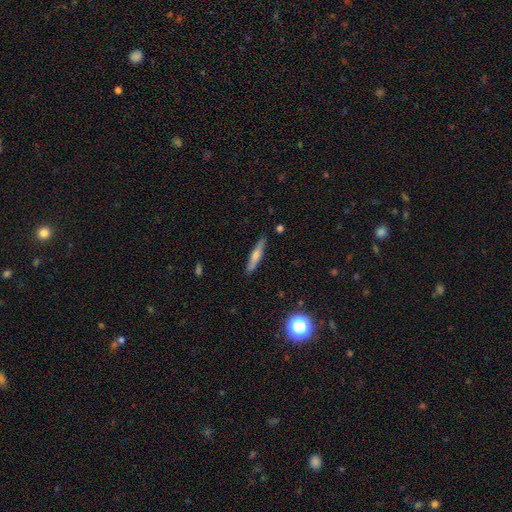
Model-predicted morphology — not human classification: This appears to be a smooth galaxy with no disk features (59%) that is cigar-shaped (89%). Merging: none (87%).